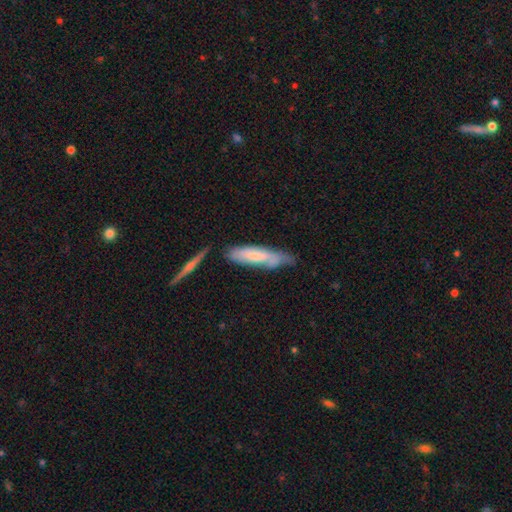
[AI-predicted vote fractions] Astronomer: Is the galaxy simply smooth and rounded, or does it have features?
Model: smooth — 57% (runner-up: featured or disk, 37%).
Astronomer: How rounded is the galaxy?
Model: cigar-shaped — 71%.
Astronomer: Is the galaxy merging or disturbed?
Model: none — 56%.